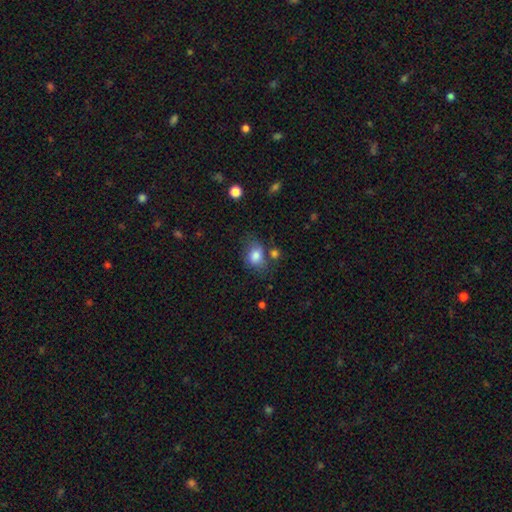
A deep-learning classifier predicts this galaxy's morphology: smooth_or_featured: smooth (p=0.81) [alt: featured or disk p=0.10]
how_rounded: in between (p=0.61) [alt: round p=0.38]
merging: none (p=0.56) [alt: minor disturbance p=0.24]